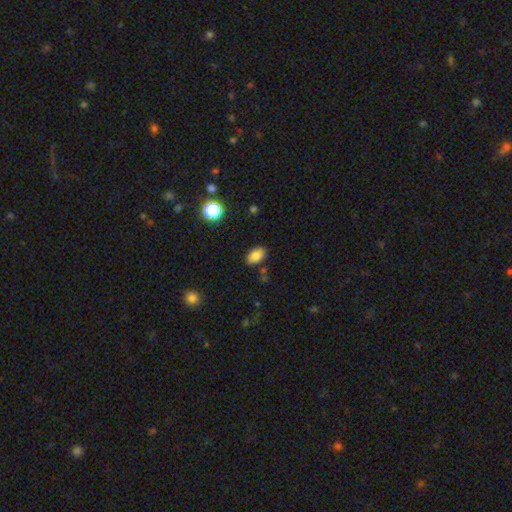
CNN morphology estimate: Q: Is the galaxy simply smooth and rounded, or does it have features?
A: smooth — 83%.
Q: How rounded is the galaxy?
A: in between — 89%.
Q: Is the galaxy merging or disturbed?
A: none — 84%.